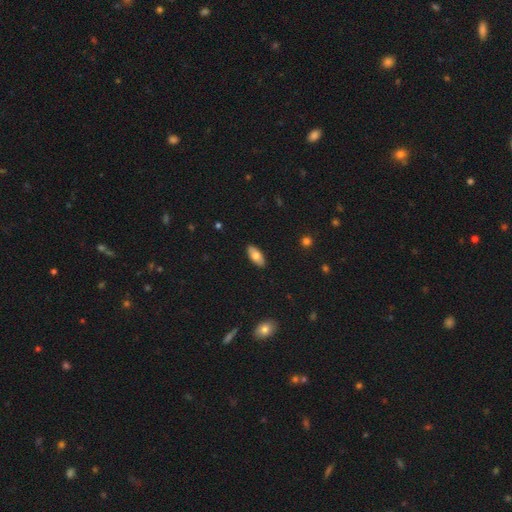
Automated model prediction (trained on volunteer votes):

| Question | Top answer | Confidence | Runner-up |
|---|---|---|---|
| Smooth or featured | smooth | 73% | featured or disk (21%) |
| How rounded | in between | 88% | cigar-shaped (10%) |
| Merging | none | 89% | minor disturbance (8%) |